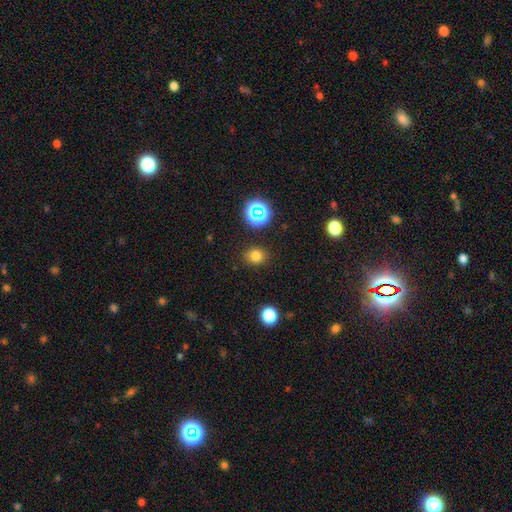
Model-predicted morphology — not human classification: Smooth or featured? Predicted: smooth (p=0.77). How rounded? Predicted: round (p=0.75). Merging? Predicted: none (p=0.88).